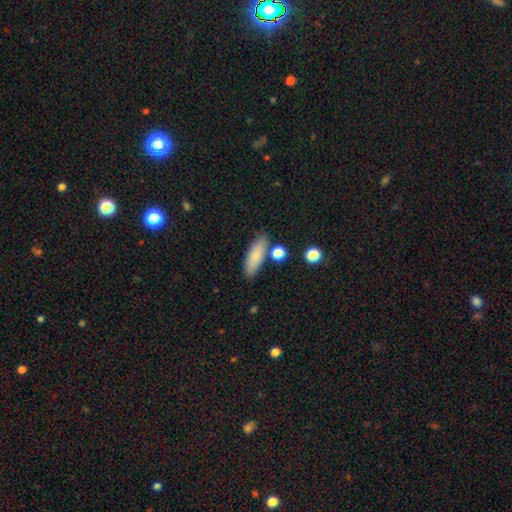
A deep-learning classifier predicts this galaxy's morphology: smooth 82%, featured or disk 11%, star or artifact 7%. Down the decision tree: how rounded — in between (50%); merging — none (80%).